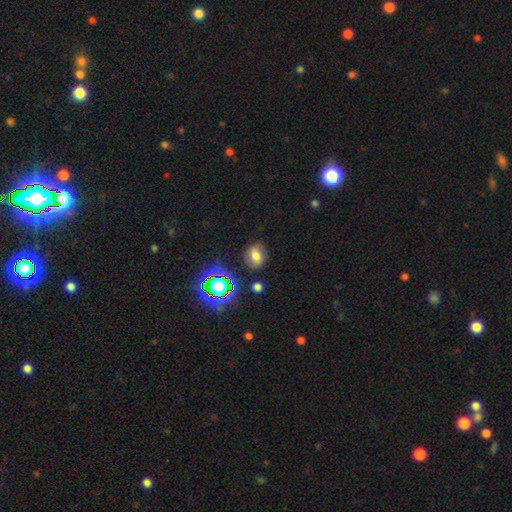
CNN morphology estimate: Q: Smooth or featured?
A: smooth (63%); runner-up: star or artifact (20%)
Q: How rounded?
A: round (53%); runner-up: in between (46%)
Q: Merging?
A: none (79%); runner-up: minor disturbance (14%)